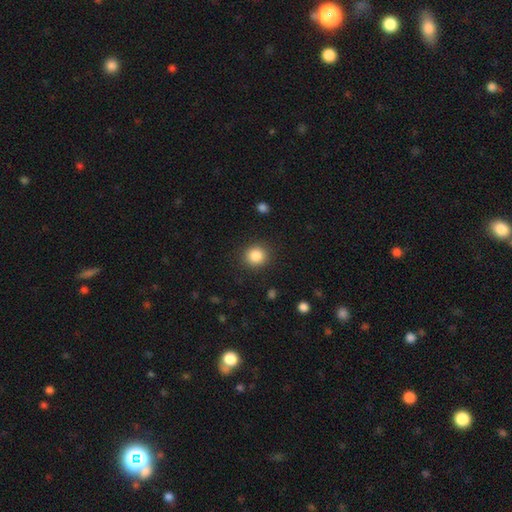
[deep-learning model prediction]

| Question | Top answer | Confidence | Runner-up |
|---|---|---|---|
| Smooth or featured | smooth | 85% | star or artifact (10%) |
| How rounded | round | 88% | in between (11%) |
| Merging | none | 89% | minor disturbance (7%) |